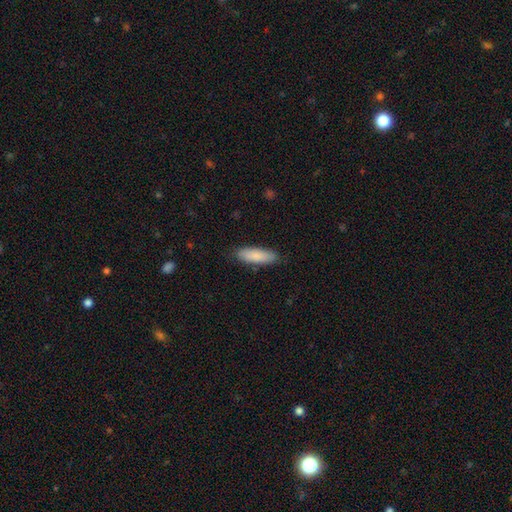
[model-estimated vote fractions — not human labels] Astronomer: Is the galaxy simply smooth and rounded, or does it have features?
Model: smooth — 86%.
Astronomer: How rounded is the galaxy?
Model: in between — 54% (runner-up: cigar-shaped, 44%).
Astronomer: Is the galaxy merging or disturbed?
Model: none — 86%.